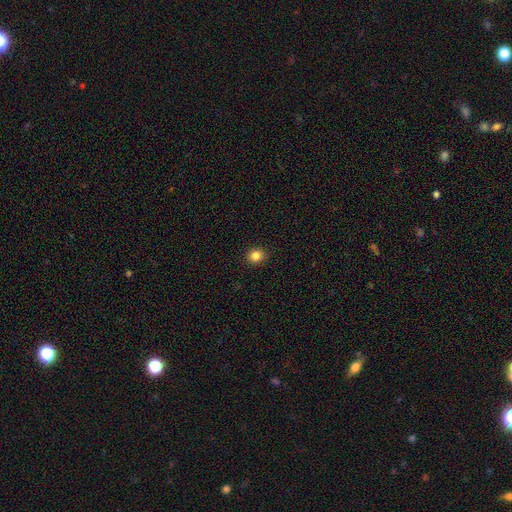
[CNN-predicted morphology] This is clearly a smooth galaxy (85%). How rounded: clearly round (81%). Merging: clearly none (91%).